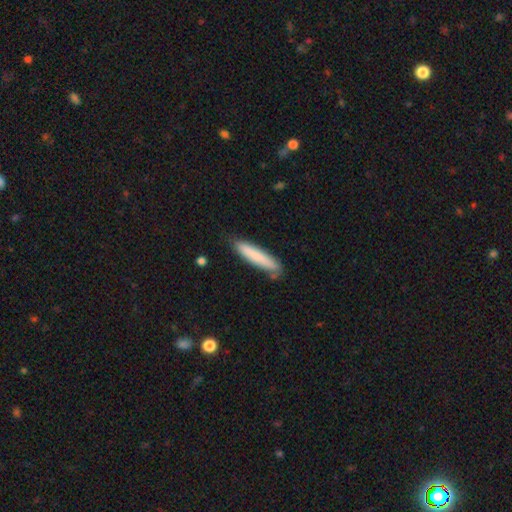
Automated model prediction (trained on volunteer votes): This is likely a smooth galaxy (78%). How rounded: clearly cigar-shaped (89%). Merging: likely none (76%).